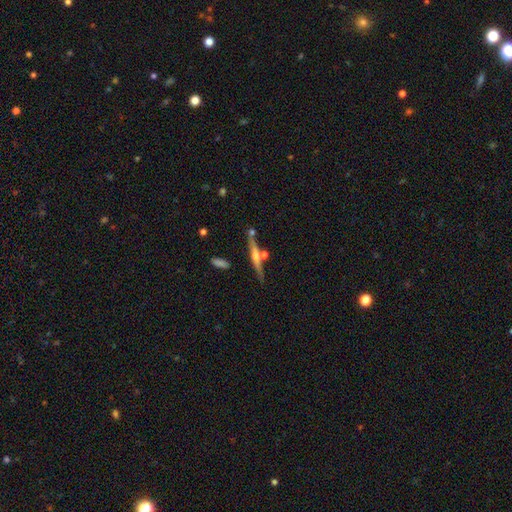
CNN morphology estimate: The model was most divided on "smooth or featured": featured or disk: 66%, smooth: 26%, star or artifact: 8%. More confident: edge-on disk — yes (96%); merging — none (75%); edge-on bulge — rounded (70%).